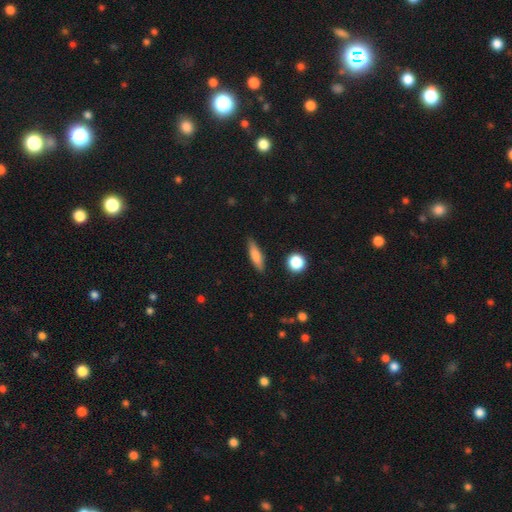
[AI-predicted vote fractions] Smooth or featured: smooth — 75% (featured or disk — 18%)
How rounded: cigar-shaped — 65% (in between — 32%)
Merging: none — 85% (minor disturbance — 11%)